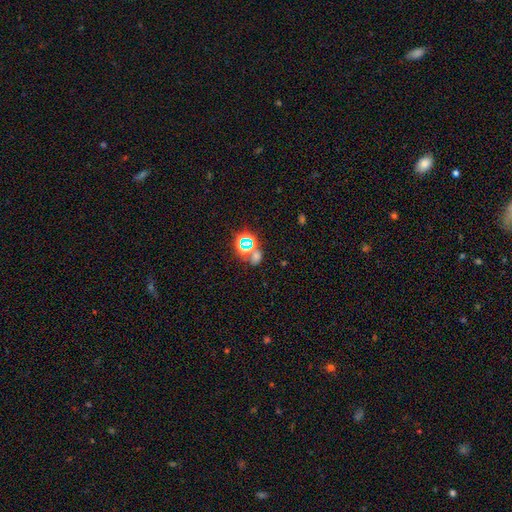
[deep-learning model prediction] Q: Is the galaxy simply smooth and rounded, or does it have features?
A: star or artifact — 55%.